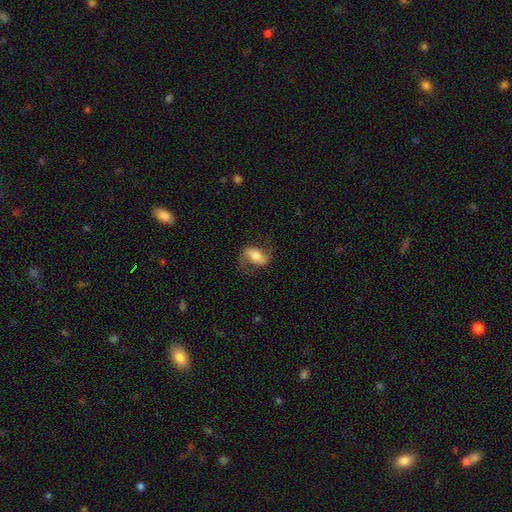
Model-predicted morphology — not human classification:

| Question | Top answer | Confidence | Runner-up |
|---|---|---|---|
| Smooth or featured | featured or disk | 70% | smooth (23%) |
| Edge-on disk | no | 95% | yes (5%) |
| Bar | weak | 36% | strong (34%) |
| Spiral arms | yes | 92% | no (8%) |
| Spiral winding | loose | 61% | medium (31%) |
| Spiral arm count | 2 | 91% | 1 (3%) |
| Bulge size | moderate | 43% | large (26%) |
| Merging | none | 72% | minor disturbance (16%) |